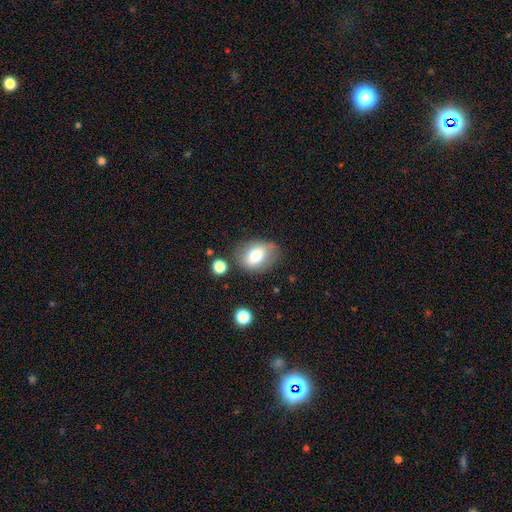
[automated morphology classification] type=smooth (72%); roundness=in between (70%); merging=none (67%).